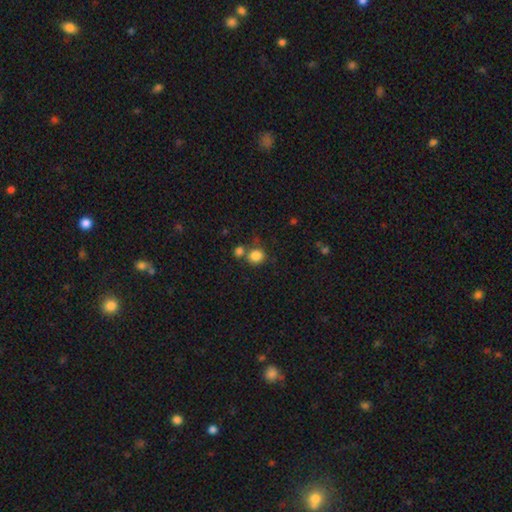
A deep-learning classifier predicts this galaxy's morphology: type=smooth (84%); roundness=round (77%); merging=none (61%).